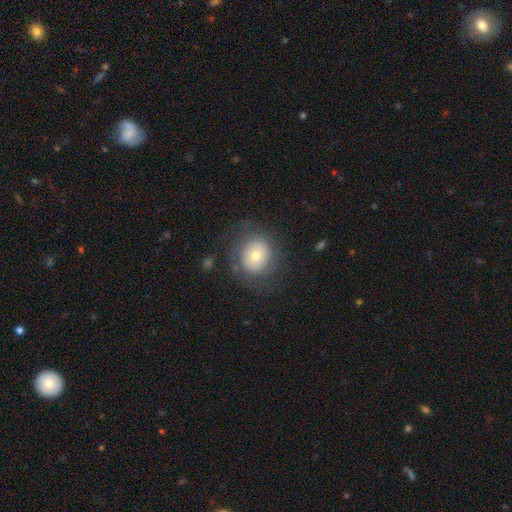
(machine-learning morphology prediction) This appears to be a smooth galaxy with no disk features (60%) that is round (78%). Merging: none (75%).